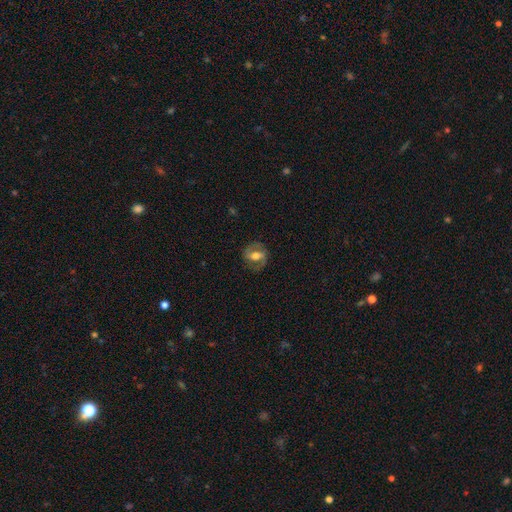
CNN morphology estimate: The model was most divided on "bar": strong: 41%, weak: 39%, no: 20%. Remaining: edge-on disk — no (95%); spiral arm count — 2 (87%); spiral arms — yes (84%); merging — none (79%); smooth or featured — featured or disk (69%); bulge size — moderate (65%); spiral winding — medium (50%).